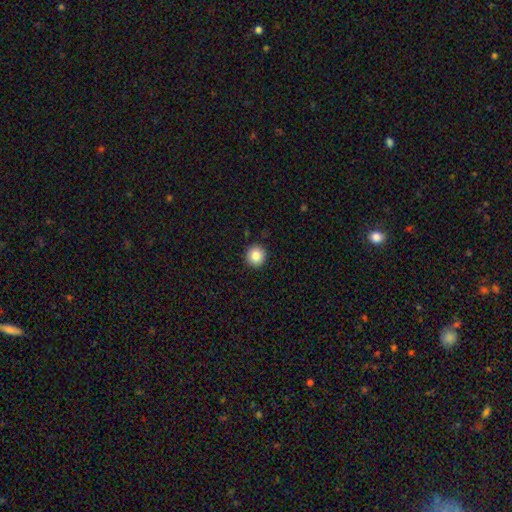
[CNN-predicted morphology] This appears to be a smooth galaxy with no disk features (86%) that is round (95%). Merging: none (92%).